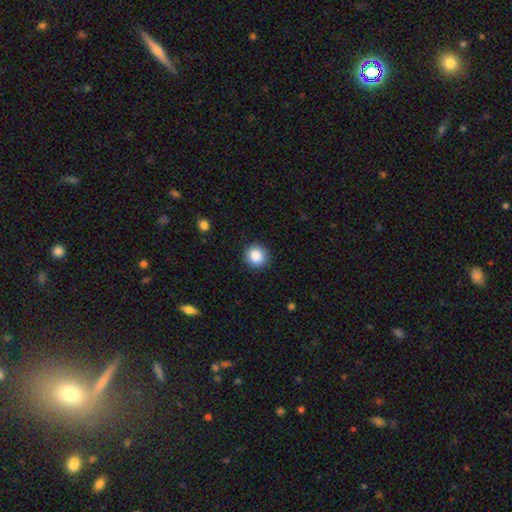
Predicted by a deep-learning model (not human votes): This appears to be a smooth galaxy with no disk features (87%) that is round (92%). Merging: none (90%).